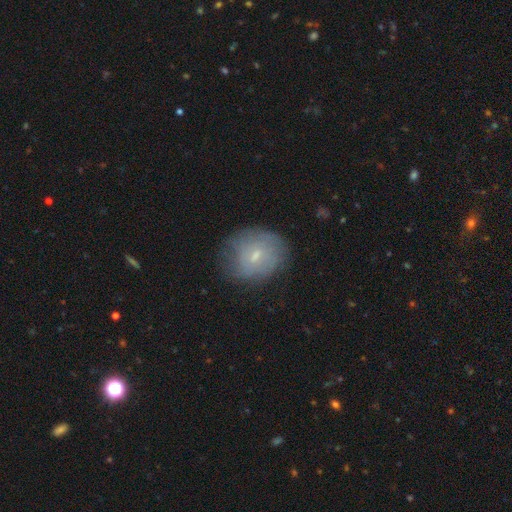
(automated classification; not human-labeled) This appears to be a smooth galaxy with no disk features (57%) that is round (64%). Merging: none (67%).